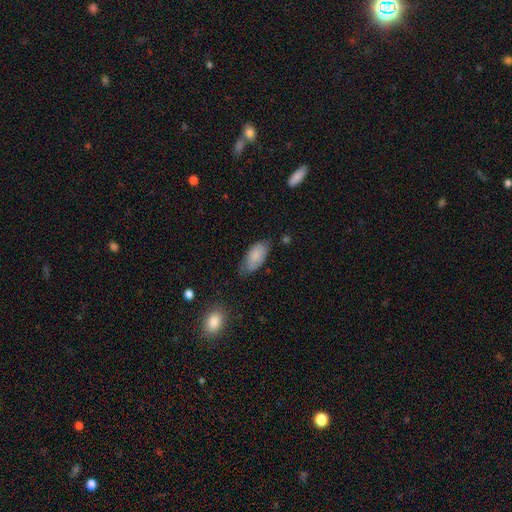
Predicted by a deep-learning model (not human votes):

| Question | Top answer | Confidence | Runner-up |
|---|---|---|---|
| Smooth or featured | smooth | 80% | featured or disk (14%) |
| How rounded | in between | 92% | cigar-shaped (6%) |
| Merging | none | 60% | minor disturbance (31%) |